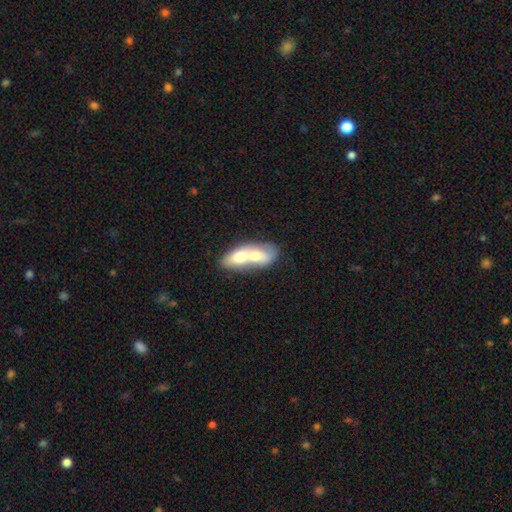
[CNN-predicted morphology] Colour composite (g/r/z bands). It shows a smooth galaxy with no disk features (58%) that is in between round and cigar-shaped (74%). Merging: merger (81%).